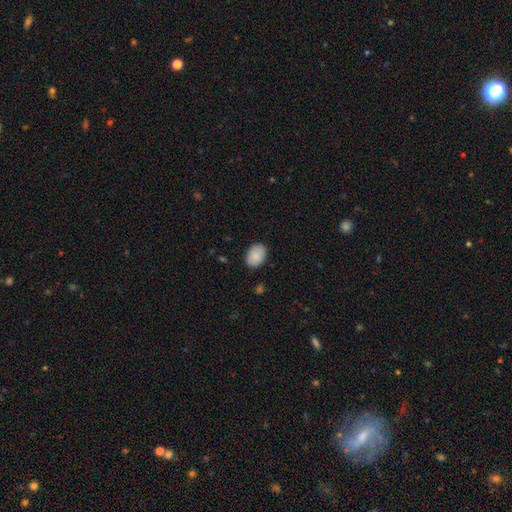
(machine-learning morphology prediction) Smooth or featured? Predicted: smooth (p=0.88). How rounded? Predicted: in between (p=0.81). Merging? Predicted: none (p=0.85).